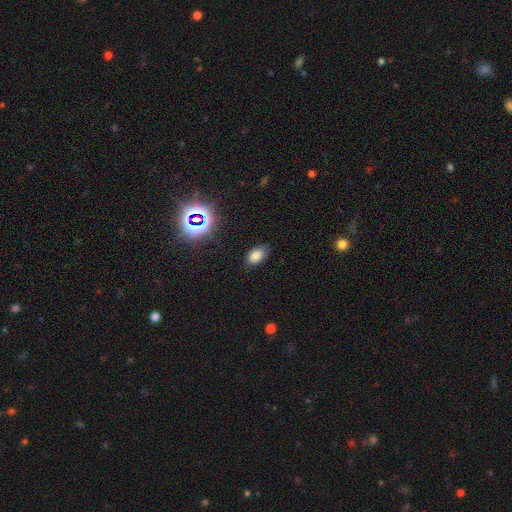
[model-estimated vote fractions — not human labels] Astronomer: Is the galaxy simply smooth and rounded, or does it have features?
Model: smooth — 78%.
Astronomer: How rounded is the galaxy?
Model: in between — 91%.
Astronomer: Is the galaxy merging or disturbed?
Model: none — 82%.